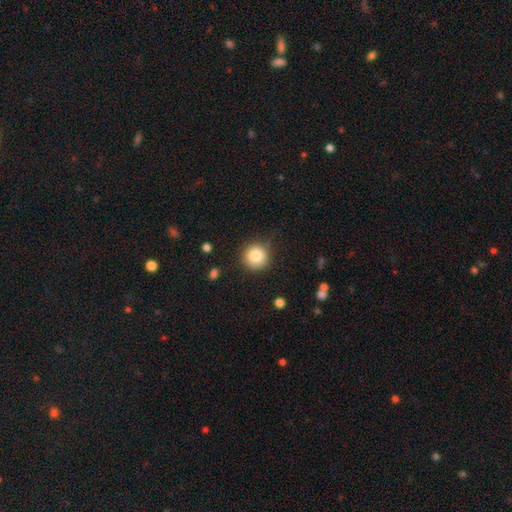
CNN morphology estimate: smooth 85%, star or artifact 9%, featured or disk 6%. Down the decision tree: how rounded — round (95%); merging — none (84%).